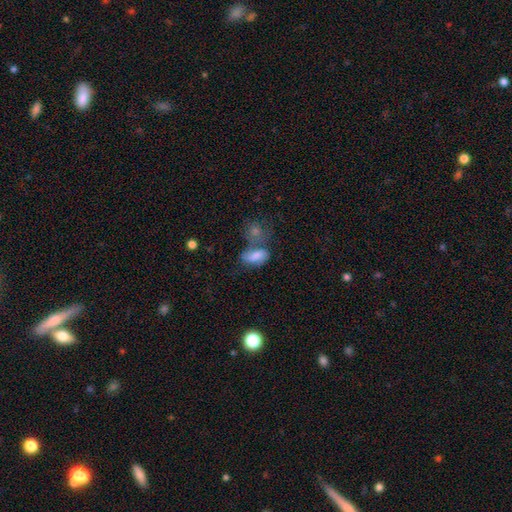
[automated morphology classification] Smooth or featured: smooth — 70% (featured or disk — 19%)
How rounded: in between — 87% (round — 8%)
Merging: merger — 38% (none — 32%)